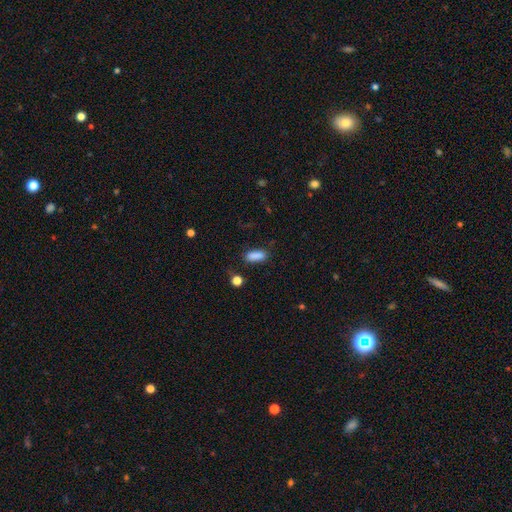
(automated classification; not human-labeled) Q: Smooth or featured?
A: smooth (87%); runner-up: star or artifact (9%)
Q: How rounded?
A: in between (70%); runner-up: cigar-shaped (26%)
Q: Merging?
A: none (78%); runner-up: minor disturbance (15%)